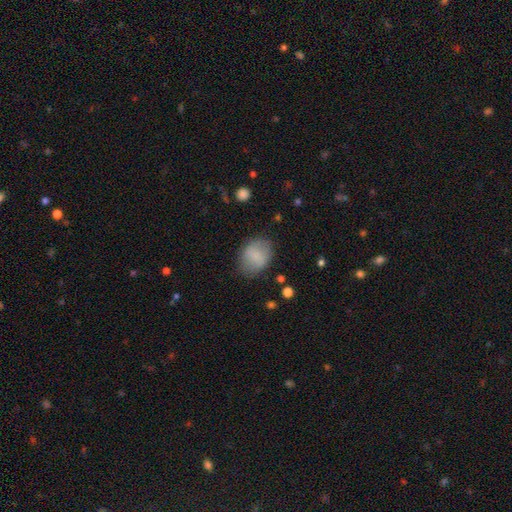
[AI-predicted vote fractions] Smooth or featured?
  - smooth: 79% *
  - featured or disk: 14%
  - star or artifact: 7%
How rounded?
  - in between: 65% *
  - round: 34%
  - cigar-shaped: 1%
Merging?
  - none: 75% *
  - minor disturbance: 18%
  - major disturbance: 6%
  - merger: 1%